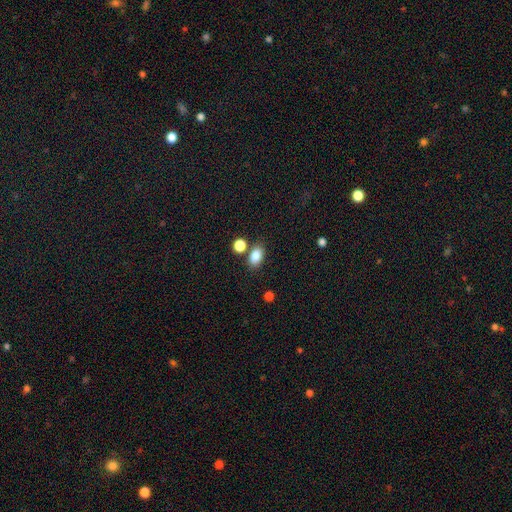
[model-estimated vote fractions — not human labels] smooth-or-featured: smooth: 85% | star or artifact: 10% | featured or disk: 5%
  how-rounded: in between: 82% | round: 17% | cigar-shaped: 2%
  merging: none: 71% | merger: 13% | minor disturbance: 11% | major disturbance: 4%